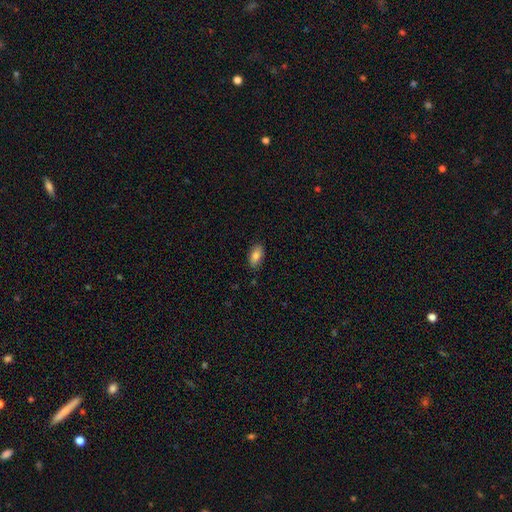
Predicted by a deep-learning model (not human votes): smooth-or-featured: smooth: 85% | featured or disk: 8% | star or artifact: 7%
  how-rounded: in between: 92% | cigar-shaped: 5% | round: 3%
  merging: none: 85% | minor disturbance: 12% | major disturbance: 2% | merger: 1%